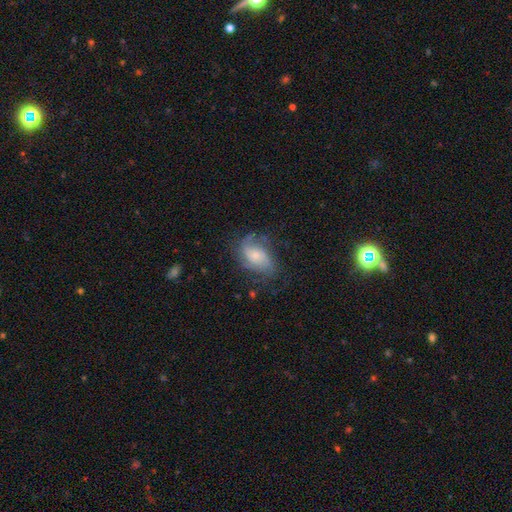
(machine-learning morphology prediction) Smooth or featured: featured or disk — 64% (smooth — 29%)
Edge-on disk: no — 96% (yes — 4%)
Bar: no — 68% (weak — 26%)
Spiral arms: yes — 87% (no — 13%)
Spiral winding: medium — 42% (loose — 29%)
Spiral arm count: 2 — 42% (can't tell — 27%)
Bulge size: small — 58% (moderate — 33%)
Merging: none — 56% (minor disturbance — 25%)